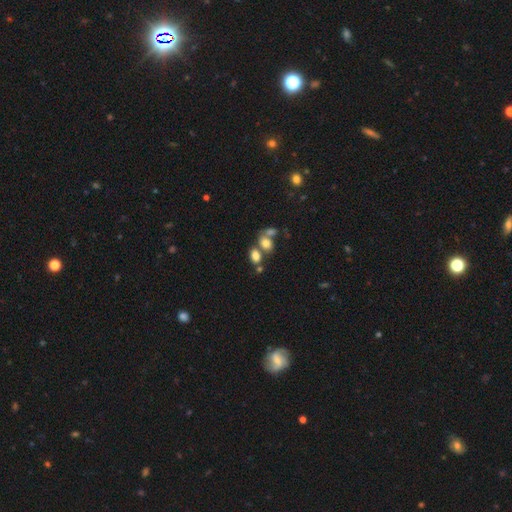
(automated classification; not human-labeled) Q: Smooth or featured?
A: smooth (77%); runner-up: star or artifact (12%)
Q: How rounded?
A: in between (77%); runner-up: round (21%)
Q: Merging?
A: merger (43%); runner-up: none (40%)